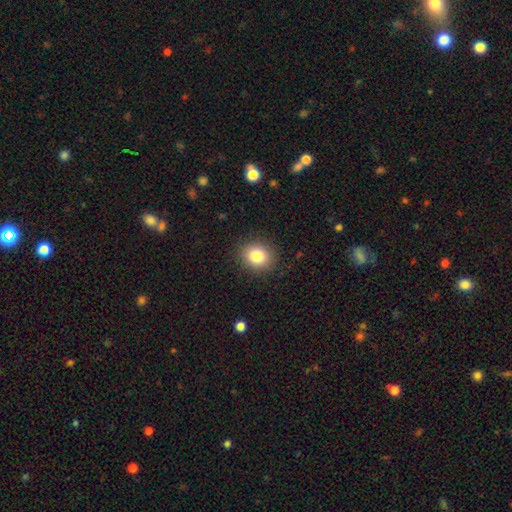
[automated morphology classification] Smooth or featured? Predicted: smooth (p=0.83). How rounded? Predicted: round (p=0.69). Merging? Predicted: none (p=0.88).